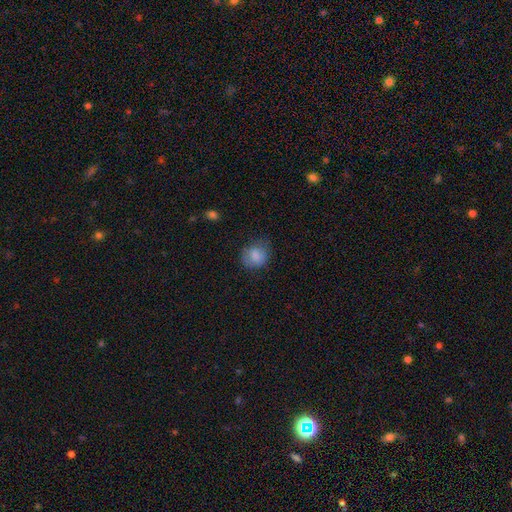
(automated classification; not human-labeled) The model was most divided on "how rounded": round: 65%, in between: 34%, cigar-shaped: 1%. More confident: smooth or featured — smooth (82%); merging — none (66%).